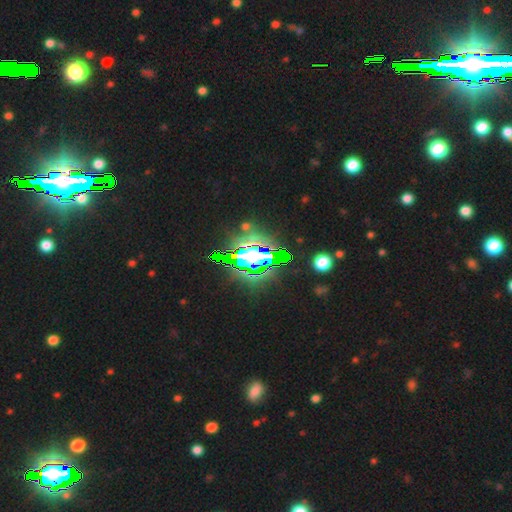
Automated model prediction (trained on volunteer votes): smooth-or-featured: star or artifact: 71% | smooth: 15% | featured or disk: 14%